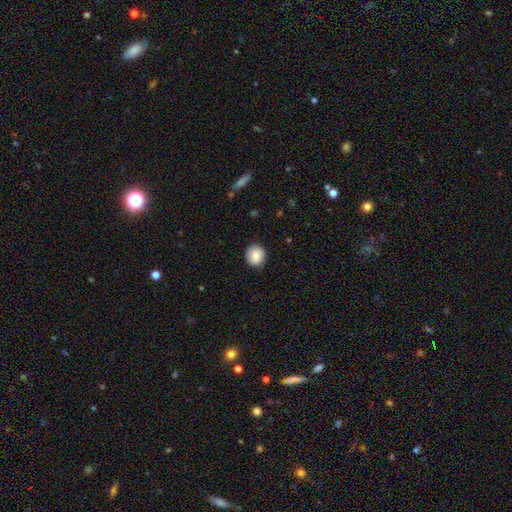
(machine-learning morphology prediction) smooth 85%, star or artifact 8%, featured or disk 7%. Down the decision tree: how rounded — round (87%); merging — none (88%).